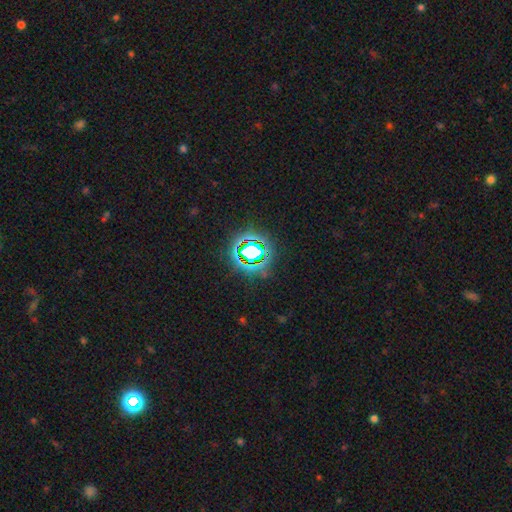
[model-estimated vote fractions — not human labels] Smooth or featured: star or artifact — 72% (smooth — 17%)